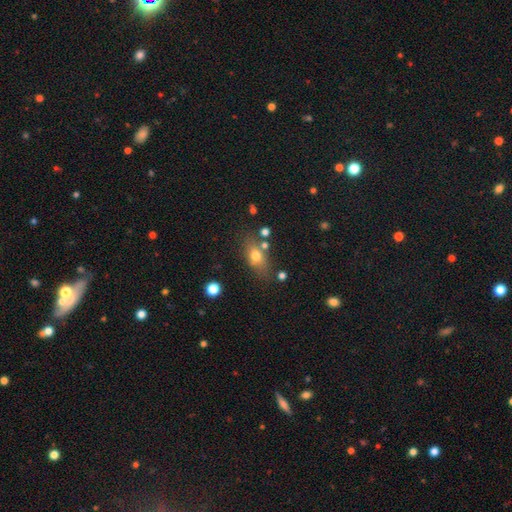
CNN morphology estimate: Smooth or featured? Predicted: smooth (p=0.69). How rounded? Predicted: in between (p=0.72). Merging? Predicted: none (p=0.67).